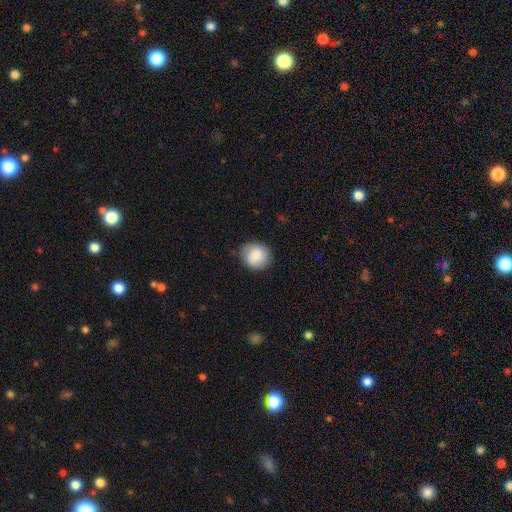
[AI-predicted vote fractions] A smooth galaxy with no disk features (83%) that is round (86%).

Vote fractions:
- Smooth or featured? smooth: 83% / featured or disk: 9% / star or artifact: 7%
- How rounded? round: 86% / in between: 13% / cigar-shaped: 1%
- Merging? none: 82% / minor disturbance: 14% / major disturbance: 3% / merger: 1%